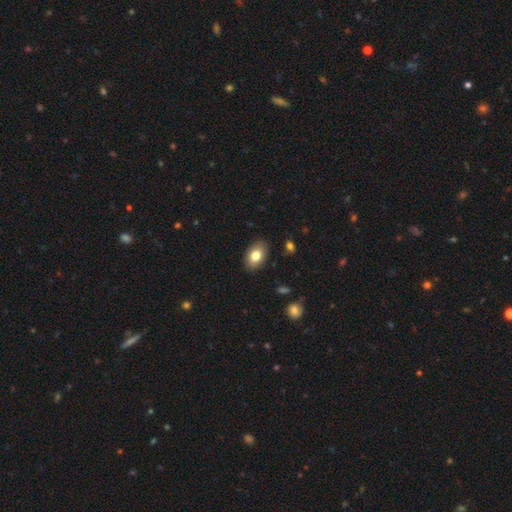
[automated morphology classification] Overall: smooth (80%). How rounded: in between (89%). Merging: none (88%).